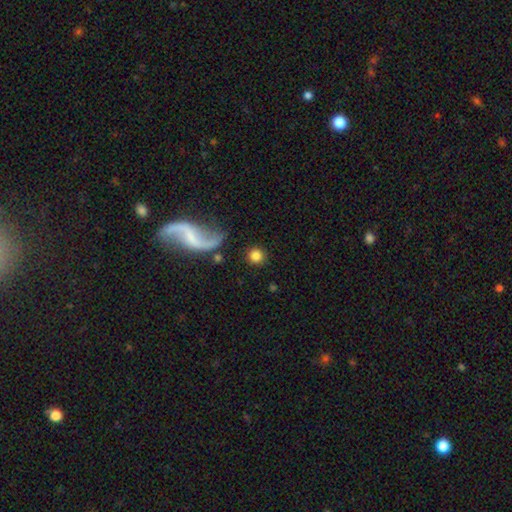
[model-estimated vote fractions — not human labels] A smooth galaxy with no disk features (79%) that is round (93%).

Vote fractions:
- Smooth or featured? smooth: 79% / featured or disk: 11% / star or artifact: 9%
- How rounded? round: 93% / in between: 6% / cigar-shaped: 1%
- Merging? none: 84% / minor disturbance: 7% / major disturbance: 5% / merger: 4%